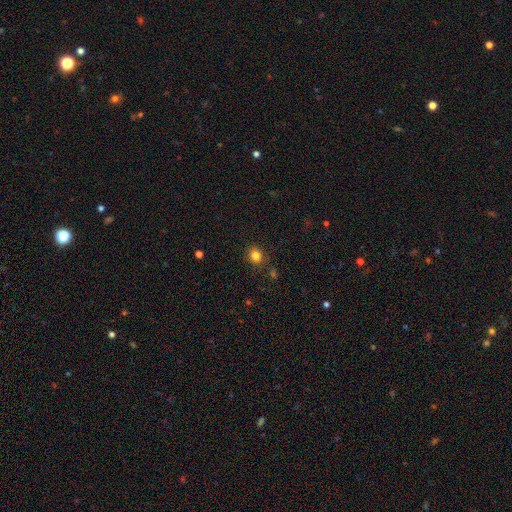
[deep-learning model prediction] Smooth or featured?
  - smooth: 81% *
  - star or artifact: 13%
  - featured or disk: 6%
How rounded?
  - round: 77% *
  - in between: 22%
  - cigar-shaped: 1%
Merging?
  - none: 86% *
  - minor disturbance: 9%
  - major disturbance: 2%
  - merger: 2%